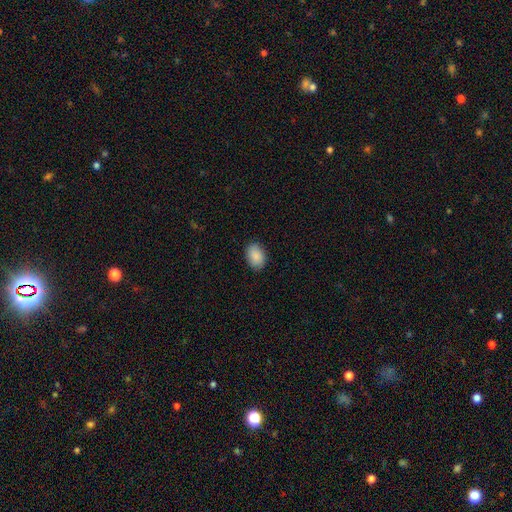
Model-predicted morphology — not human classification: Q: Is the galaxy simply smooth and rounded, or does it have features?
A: smooth — 89%.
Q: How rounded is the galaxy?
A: in between — 81%.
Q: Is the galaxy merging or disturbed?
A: none — 87%.